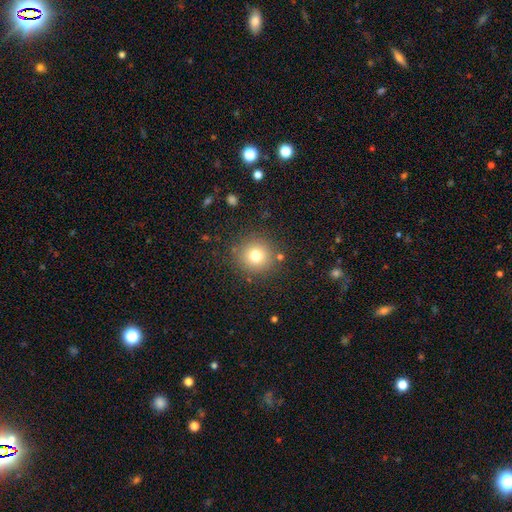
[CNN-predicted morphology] This appears to be a smooth galaxy with no disk features (76%) that is round (94%). Merging: none (87%).